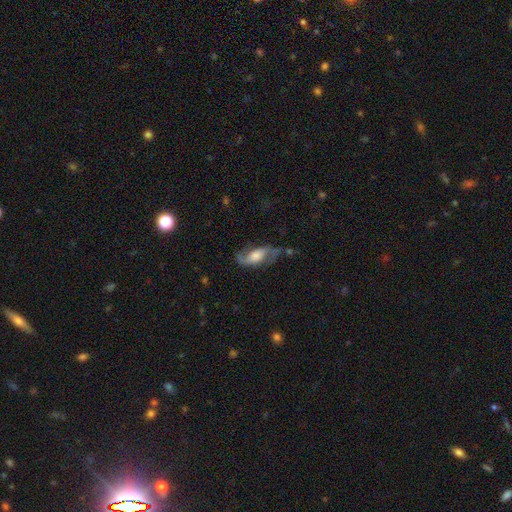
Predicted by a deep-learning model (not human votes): This appears to be a featured or disk galaxy (74%) with no bar (47%), 2 (88%) loose (50%) spiral arms (92%) and a large central bulge (38%). Merging: none (57%).